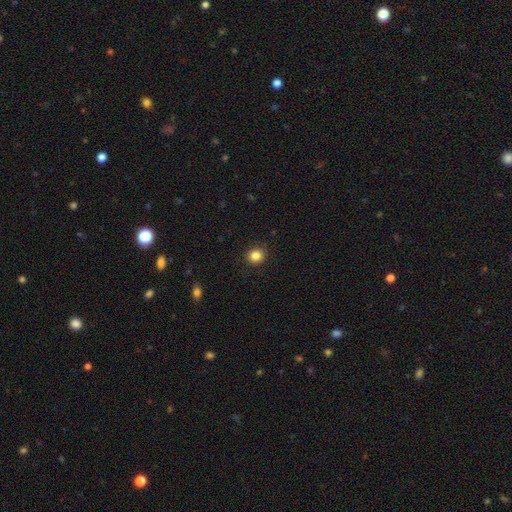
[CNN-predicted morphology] Smooth or featured? Predicted: smooth (p=0.85). How rounded? Predicted: round (p=0.85). Merging? Predicted: none (p=0.91).